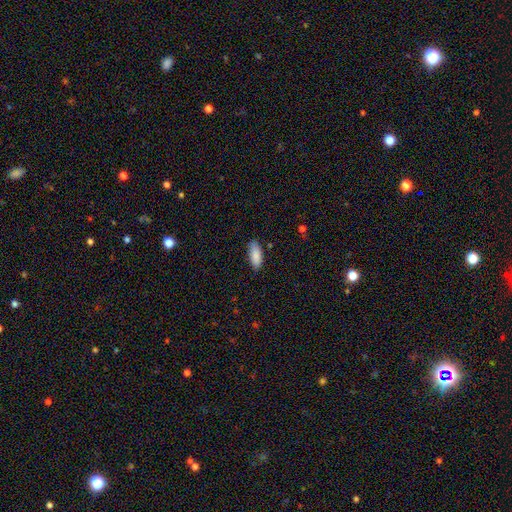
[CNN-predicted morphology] This is clearly a smooth galaxy (89%). How rounded: likely in between (77%). Merging: clearly none (81%).